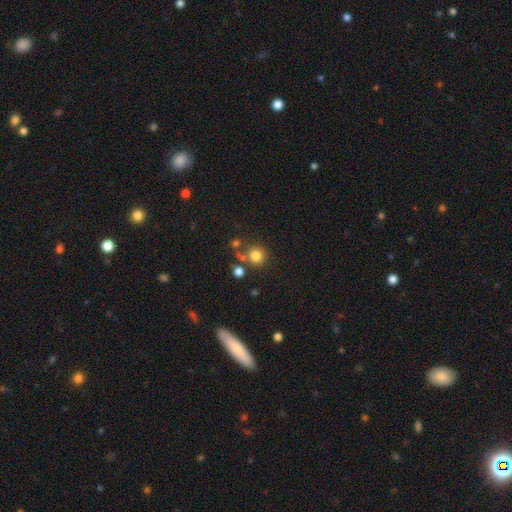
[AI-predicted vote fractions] Morphology: type=smooth (80%); roundness=round (92%); merging=none (73%).